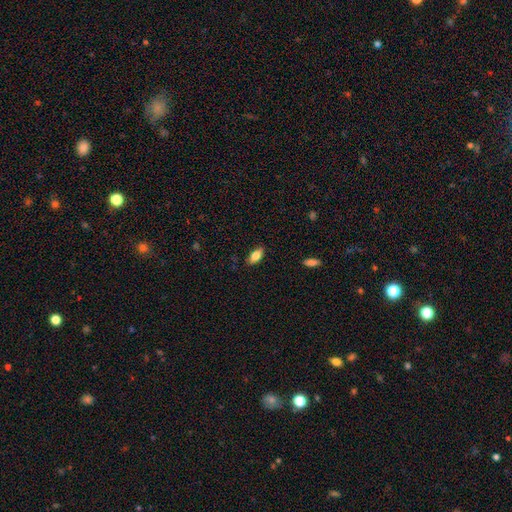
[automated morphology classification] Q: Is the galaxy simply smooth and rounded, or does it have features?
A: smooth — 81%.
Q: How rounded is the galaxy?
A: in between — 88%.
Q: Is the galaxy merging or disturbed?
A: none — 84%.